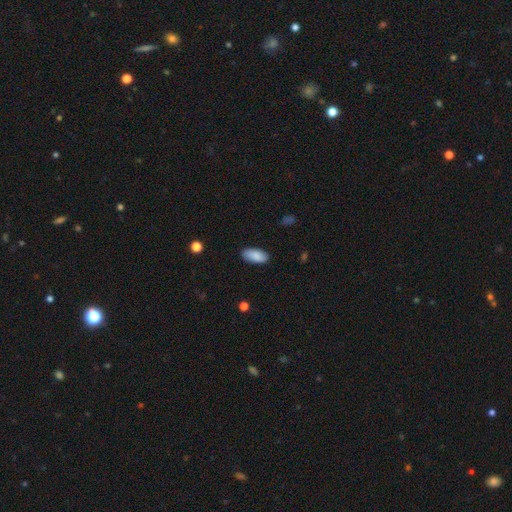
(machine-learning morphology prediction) A smooth galaxy with no disk features (87%) that is in between round and cigar-shaped (92%).

Vote fractions:
- Smooth or featured? smooth: 87% / star or artifact: 6% / featured or disk: 6%
- How rounded? in between: 92% / cigar-shaped: 6% / round: 2%
- Merging? none: 87% / minor disturbance: 10% / major disturbance: 2% / merger: 1%